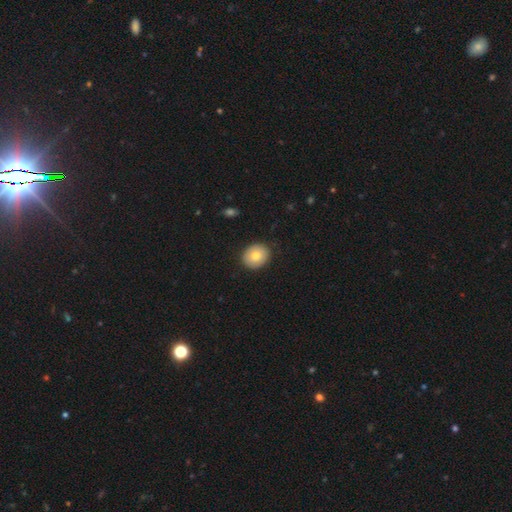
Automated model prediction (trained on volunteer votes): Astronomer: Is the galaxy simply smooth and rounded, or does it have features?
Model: smooth — 80%.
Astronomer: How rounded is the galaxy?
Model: round — 66%.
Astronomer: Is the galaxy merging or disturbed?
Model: none — 88%.